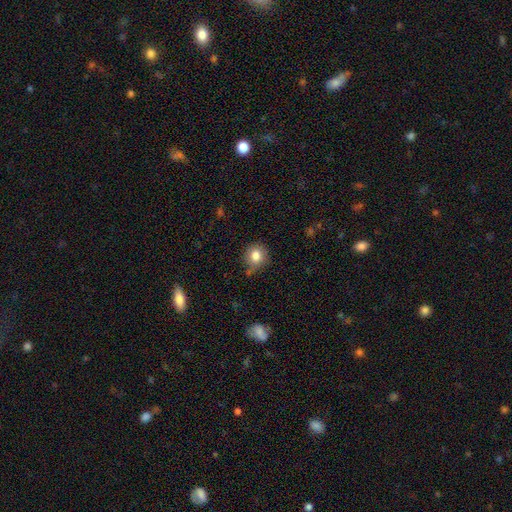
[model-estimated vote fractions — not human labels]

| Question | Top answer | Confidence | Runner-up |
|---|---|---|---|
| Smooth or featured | smooth | 82% | star or artifact (10%) |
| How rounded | round | 86% | in between (13%) |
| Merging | none | 75% | minor disturbance (17%) |